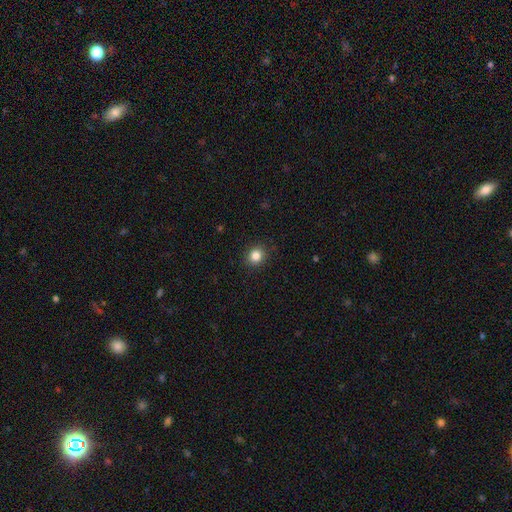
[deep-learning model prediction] Q: Smooth or featured?
A: smooth (84%); runner-up: star or artifact (11%)
Q: How rounded?
A: round (76%); runner-up: in between (23%)
Q: Merging?
A: none (90%); runner-up: minor disturbance (7%)